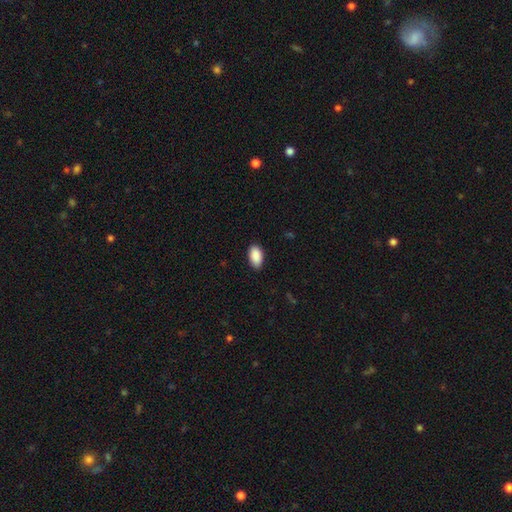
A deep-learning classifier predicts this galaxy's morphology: Smooth or featured?
  - smooth: 90% *
  - star or artifact: 7%
  - featured or disk: 3%
How rounded?
  - in between: 95% *
  - round: 3%
  - cigar-shaped: 2%
Merging?
  - none: 87% *
  - minor disturbance: 10%
  - major disturbance: 2%
  - merger: 1%